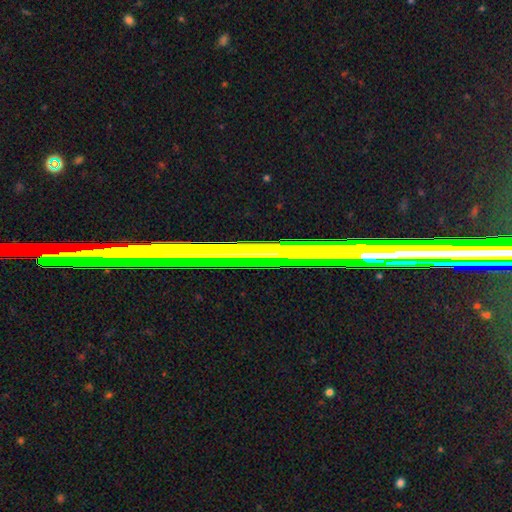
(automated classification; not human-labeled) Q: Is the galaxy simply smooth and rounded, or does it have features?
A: star or artifact — 60%.